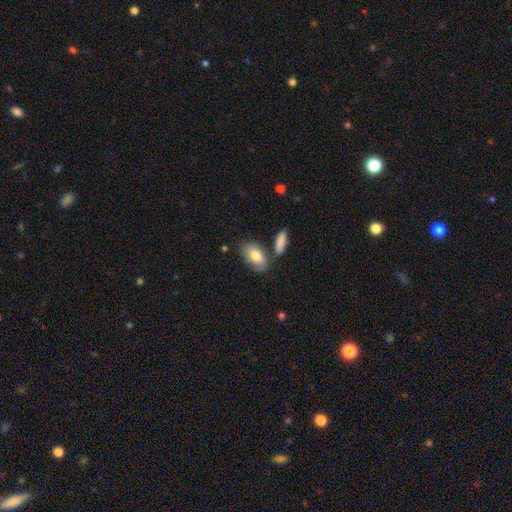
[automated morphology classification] smooth-or-featured: smooth: 76% | featured or disk: 18% | star or artifact: 6%
  how-rounded: in between: 91% | round: 5% | cigar-shaped: 3%
  merging: none: 65% | minor disturbance: 17% | merger: 14% | major disturbance: 4%